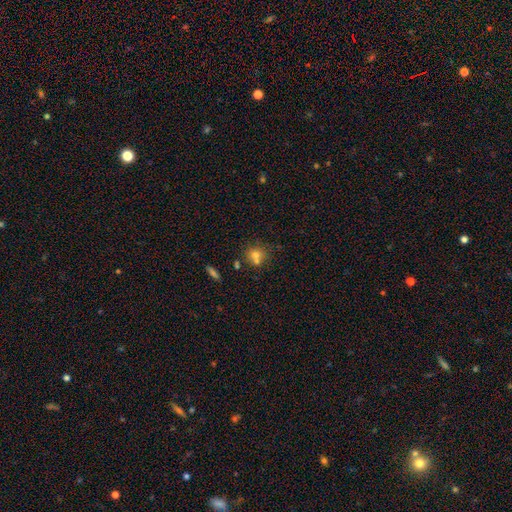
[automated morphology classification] Smooth or featured?
  - smooth: 70% *
  - featured or disk: 16%
  - star or artifact: 14%
How rounded?
  - round: 82% *
  - in between: 17%
  - cigar-shaped: 1%
Merging?
  - none: 51% *
  - merger: 35%
  - minor disturbance: 10%
  - major disturbance: 4%